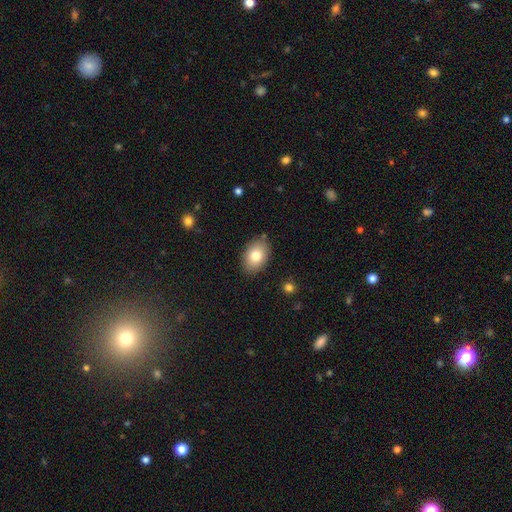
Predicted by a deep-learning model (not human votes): smooth_or_featured: smooth (p=0.79) [alt: featured or disk p=0.13]
how_rounded: in between (p=0.84) [alt: round p=0.15]
merging: none (p=0.84) [alt: minor disturbance p=0.12]